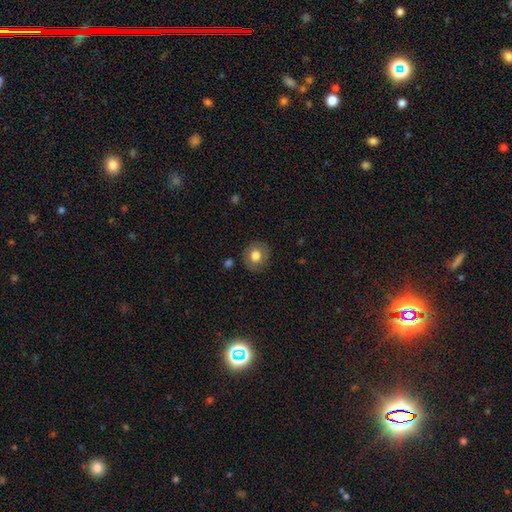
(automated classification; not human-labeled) This is likely a smooth galaxy (75%). How rounded: clearly round (85%). Merging: clearly none (86%).